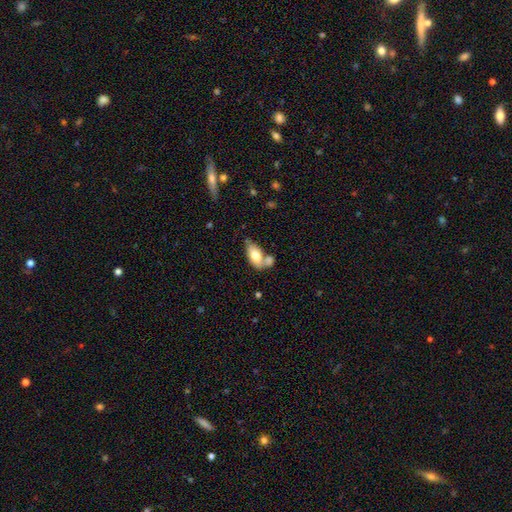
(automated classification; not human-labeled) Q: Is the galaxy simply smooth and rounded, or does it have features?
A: smooth — 72%.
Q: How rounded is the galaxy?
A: in between — 91%.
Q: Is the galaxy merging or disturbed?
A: merger — 42%.